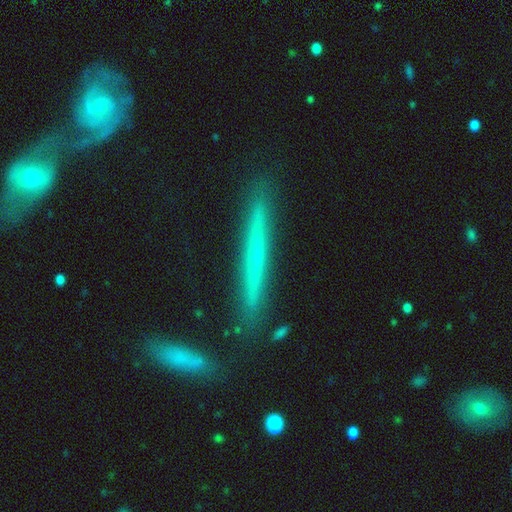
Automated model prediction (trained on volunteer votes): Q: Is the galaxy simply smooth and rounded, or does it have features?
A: featured or disk — 58%.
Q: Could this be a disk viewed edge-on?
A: yes — 94%.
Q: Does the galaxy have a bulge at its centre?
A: none — 83%.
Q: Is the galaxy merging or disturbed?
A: none — 85%.